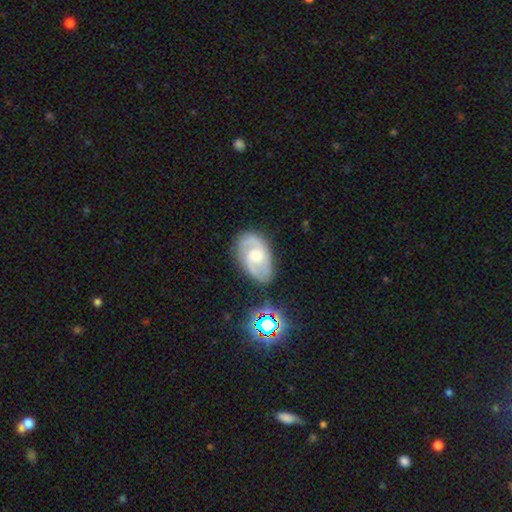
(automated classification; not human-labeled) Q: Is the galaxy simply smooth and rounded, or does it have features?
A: featured or disk — 79%.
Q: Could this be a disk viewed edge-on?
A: no — 96%.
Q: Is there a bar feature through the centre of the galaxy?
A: no — 51%.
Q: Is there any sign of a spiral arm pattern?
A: yes — 94%.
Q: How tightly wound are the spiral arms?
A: medium — 50%.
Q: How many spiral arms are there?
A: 2 — 80%.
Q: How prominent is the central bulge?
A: moderate — 61%.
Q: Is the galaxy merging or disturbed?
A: none — 75%.